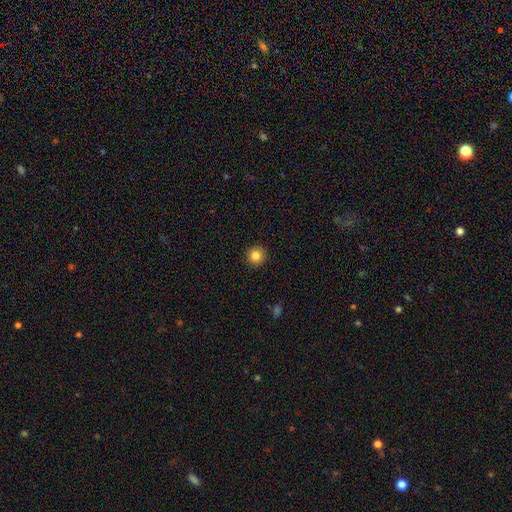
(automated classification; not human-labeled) Q: Smooth or featured?
A: smooth (84%); runner-up: star or artifact (11%)
Q: How rounded?
A: round (95%); runner-up: in between (4%)
Q: Merging?
A: none (93%); runner-up: minor disturbance (5%)